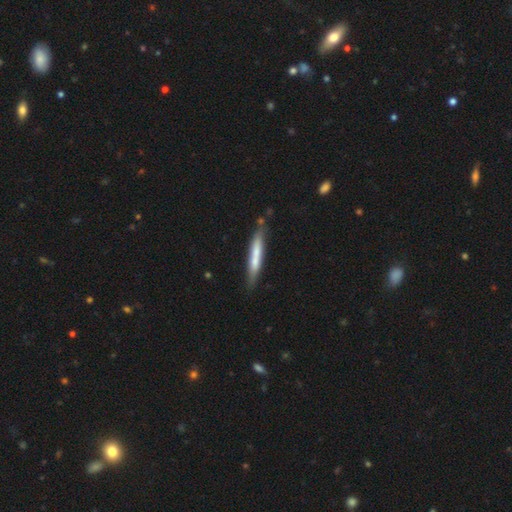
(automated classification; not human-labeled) Smooth or featured: smooth — 60% (featured or disk — 34%)
How rounded: cigar-shaped — 93% (in between — 6%)
Merging: none — 76% (minor disturbance — 15%)